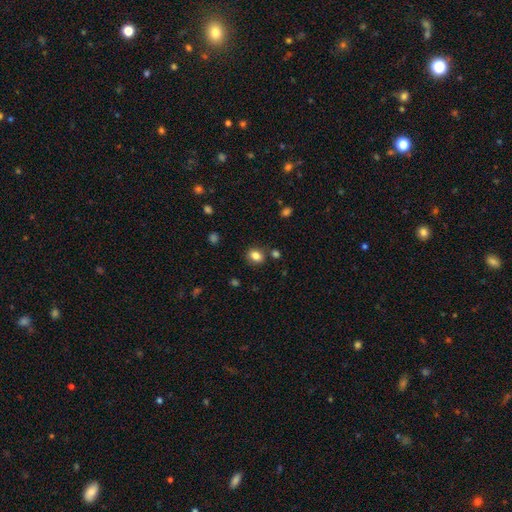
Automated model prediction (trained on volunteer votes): Smooth or featured? Predicted: smooth (p=0.83). How rounded? Predicted: round (p=0.50). Merging? Predicted: none (p=0.81).